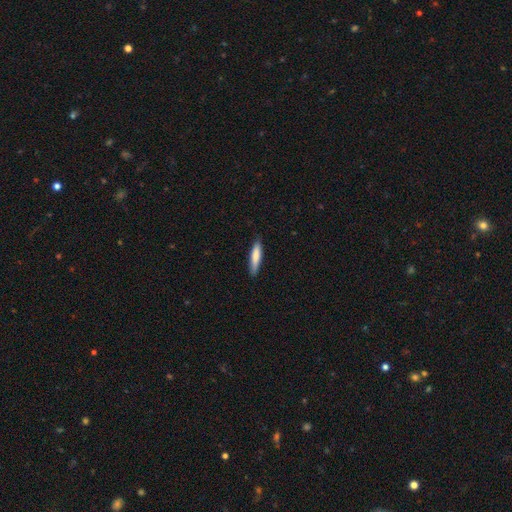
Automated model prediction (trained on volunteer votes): Smooth or featured? Predicted: smooth (p=0.78). How rounded? Predicted: cigar-shaped (p=0.84). Merging? Predicted: none (p=0.87).